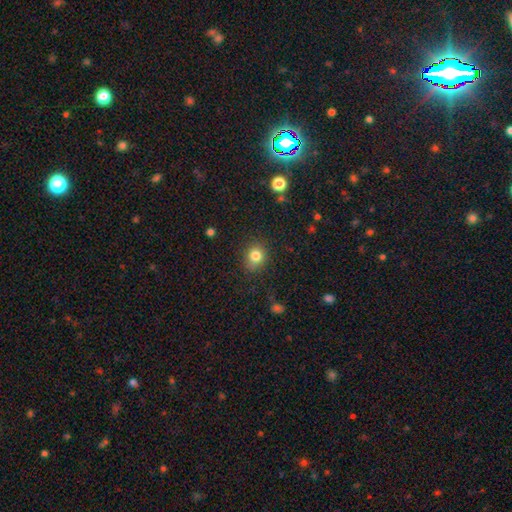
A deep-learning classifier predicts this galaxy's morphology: This is clearly a smooth galaxy (81%). How rounded: likely round (71%). Merging: clearly none (82%).